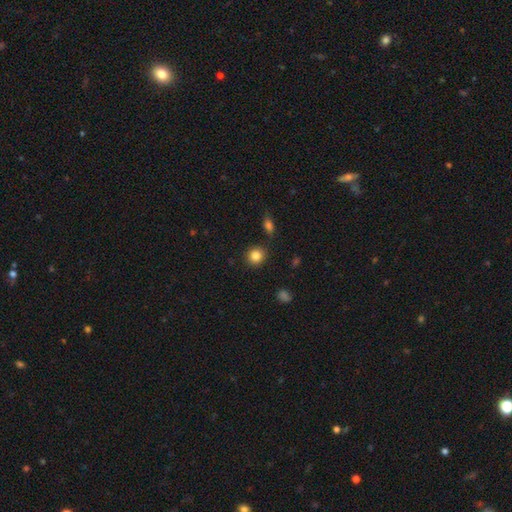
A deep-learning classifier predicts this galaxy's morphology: Smooth or featured? Predicted: smooth (p=0.85). How rounded? Predicted: round (p=0.87). Merging? Predicted: none (p=0.86).